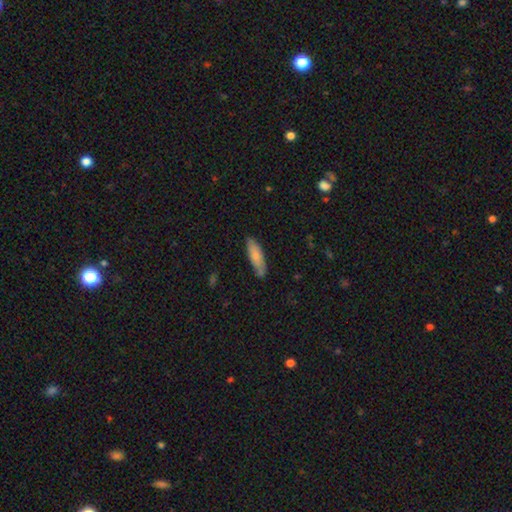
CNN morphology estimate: The model was most divided on "how rounded": cigar-shaped: 54%, in between: 45%, round: 1%. More confident: merging — none (78%); smooth or featured — smooth (77%).